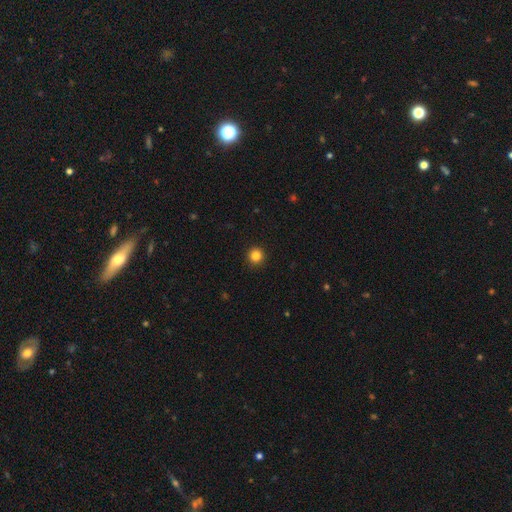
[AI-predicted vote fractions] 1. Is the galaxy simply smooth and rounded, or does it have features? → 84% smooth, 11% star or artifact, 4% featured or disk.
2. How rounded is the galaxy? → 95% round, 4% in between, 1% cigar-shaped.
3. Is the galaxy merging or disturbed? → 93% none, 4% minor disturbance, 2% major disturbance, 1% merger.